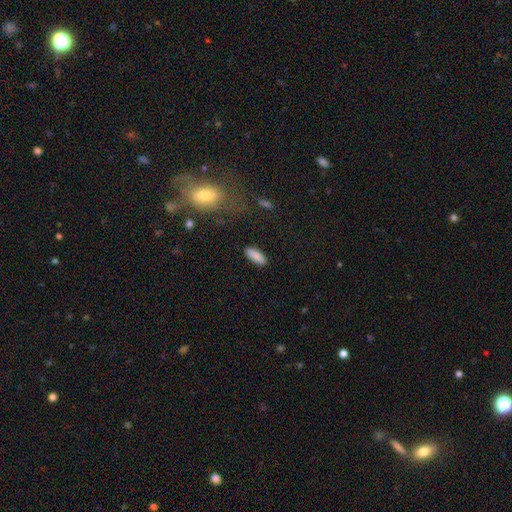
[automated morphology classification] Q: Smooth or featured?
A: smooth (88%); runner-up: star or artifact (7%)
Q: How rounded?
A: in between (63%); runner-up: cigar-shaped (35%)
Q: Merging?
A: none (87%); runner-up: minor disturbance (10%)